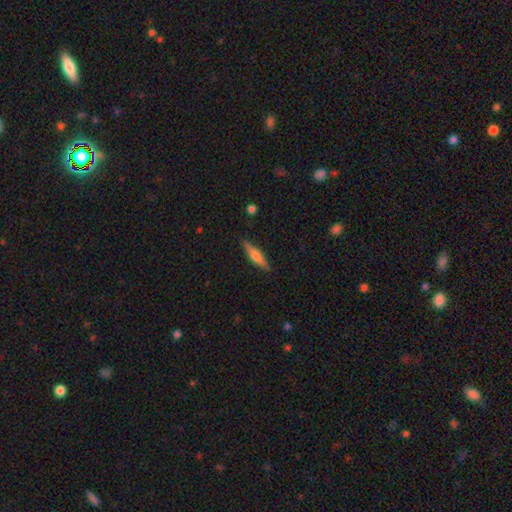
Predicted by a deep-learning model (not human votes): A smooth galaxy with no disk features (48%).

Vote fractions:
- Smooth or featured? smooth: 48% / featured or disk: 46% / star or artifact: 6%
- Merging? none: 87% / minor disturbance: 9% / major disturbance: 2% / merger: 1%